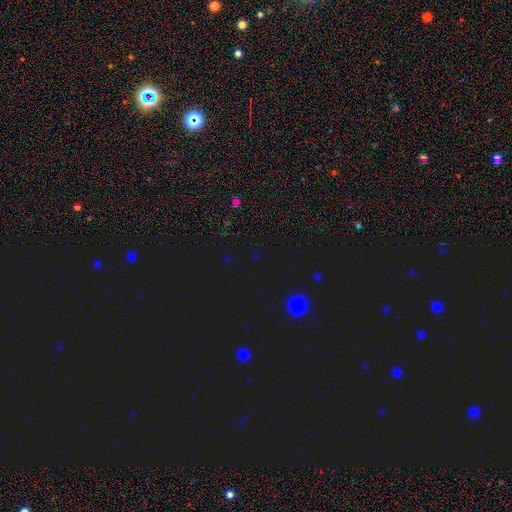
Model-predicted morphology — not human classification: This is likely a star or artifact rather than a galaxy (66%).